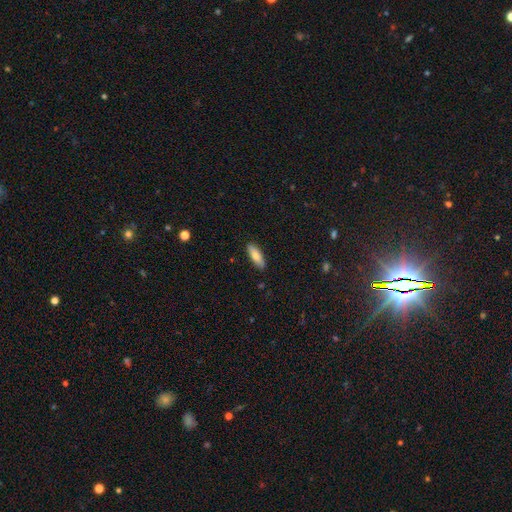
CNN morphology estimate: Smooth or featured? smooth (76%)
How rounded? in between (59%)
Merging? none (88%)